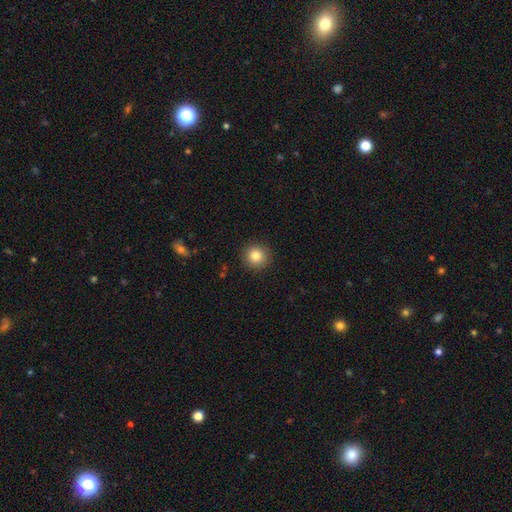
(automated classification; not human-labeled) This is clearly a smooth galaxy (84%). How rounded: clearly round (93%). Merging: clearly none (90%).